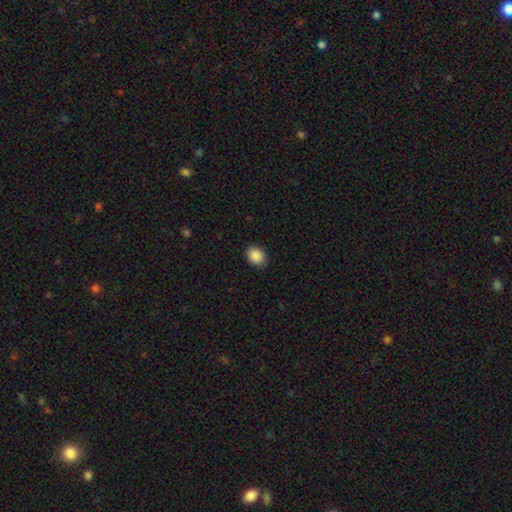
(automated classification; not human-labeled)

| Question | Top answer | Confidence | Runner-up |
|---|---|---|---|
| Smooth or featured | smooth | 89% | star or artifact (8%) |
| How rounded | in between | 57% | round (42%) |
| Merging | none | 88% | minor disturbance (9%) |